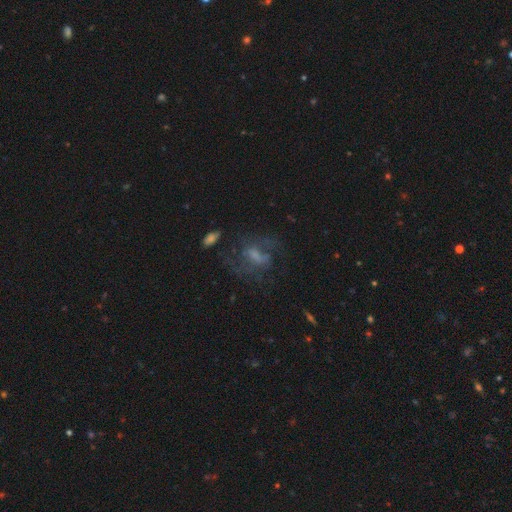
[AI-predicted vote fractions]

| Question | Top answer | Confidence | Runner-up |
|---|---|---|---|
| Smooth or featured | featured or disk | 52% | smooth (32%) |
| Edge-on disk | no | 94% | yes (6%) |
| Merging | none | 46% | major disturbance (32%) |